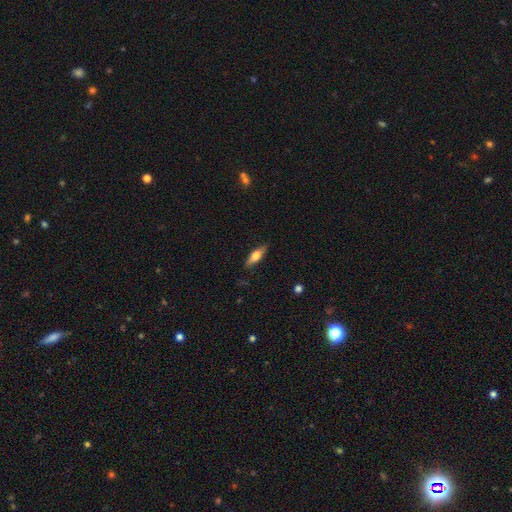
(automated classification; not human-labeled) A smooth galaxy with no disk features (50%) that is cigar-shaped (49%). Merging: none (84%).